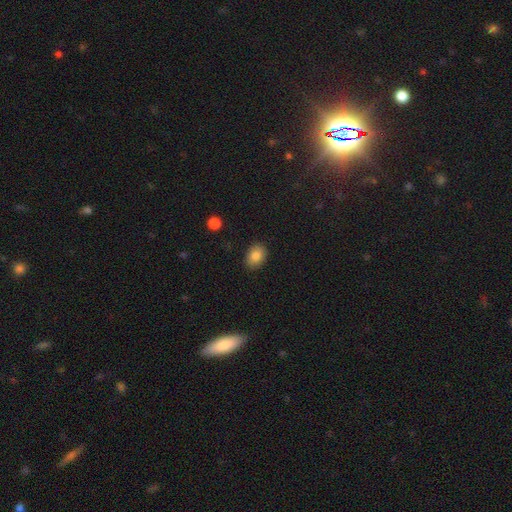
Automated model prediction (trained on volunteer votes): Smooth or featured: smooth — 85% (star or artifact — 9%)
How rounded: in between — 73% (round — 26%)
Merging: none — 87% (minor disturbance — 10%)